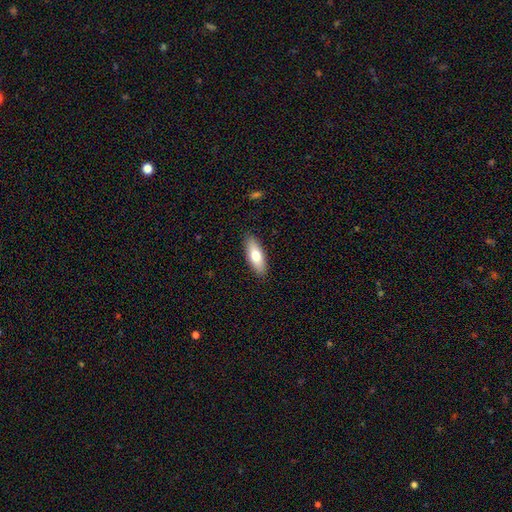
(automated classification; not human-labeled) Overall: smooth (72%). How rounded: in between (67%; cigar-shaped 31%). Merging: none (89%).